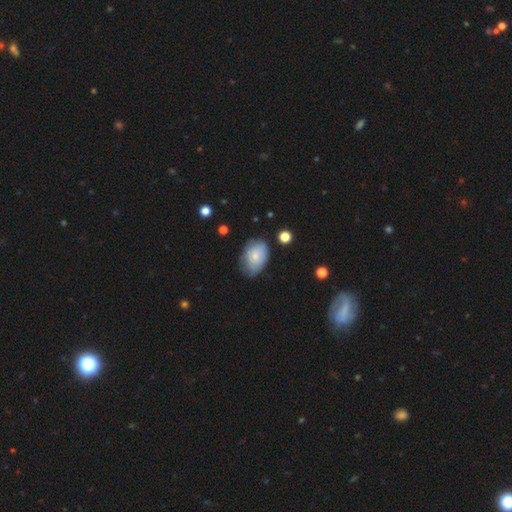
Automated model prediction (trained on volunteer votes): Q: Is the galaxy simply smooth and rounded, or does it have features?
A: smooth — 72%.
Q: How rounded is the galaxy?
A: in between — 85%.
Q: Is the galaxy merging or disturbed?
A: none — 65%.